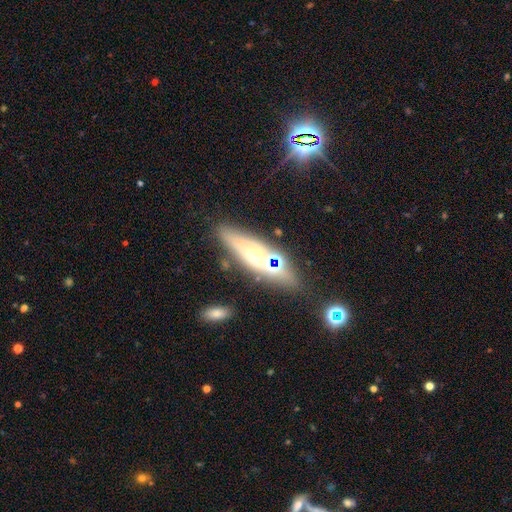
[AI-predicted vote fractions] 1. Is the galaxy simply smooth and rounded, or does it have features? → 52% featured or disk, 36% smooth, 13% star or artifact.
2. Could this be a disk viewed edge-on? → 61% yes, 39% no.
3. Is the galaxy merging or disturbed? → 74% none, 14% minor disturbance, 7% merger, 4% major disturbance.